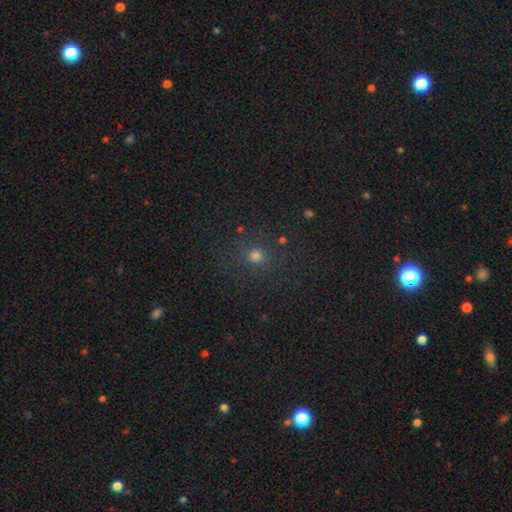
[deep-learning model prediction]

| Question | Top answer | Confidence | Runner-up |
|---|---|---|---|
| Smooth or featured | smooth | 67% | star or artifact (25%) |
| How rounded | round | 86% | in between (13%) |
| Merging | none | 83% | minor disturbance (10%) |